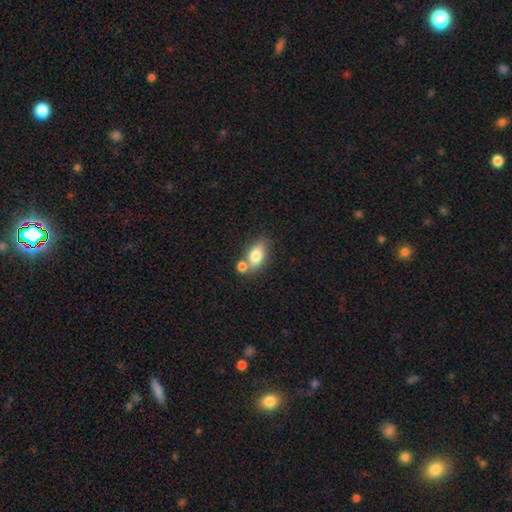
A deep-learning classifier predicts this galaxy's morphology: smooth 78%, featured or disk 14%, star or artifact 8%. Down the decision tree: how rounded — in between (83%); merging — none (49%).